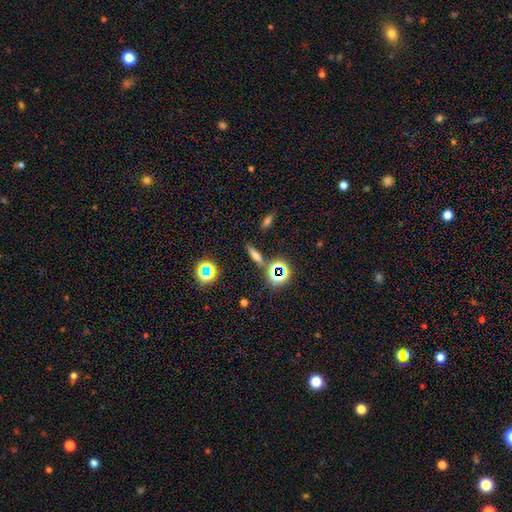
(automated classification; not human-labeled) Smooth or featured: smooth — 48% (star or artifact — 27%)
Merging: none — 81% (minor disturbance — 9%)